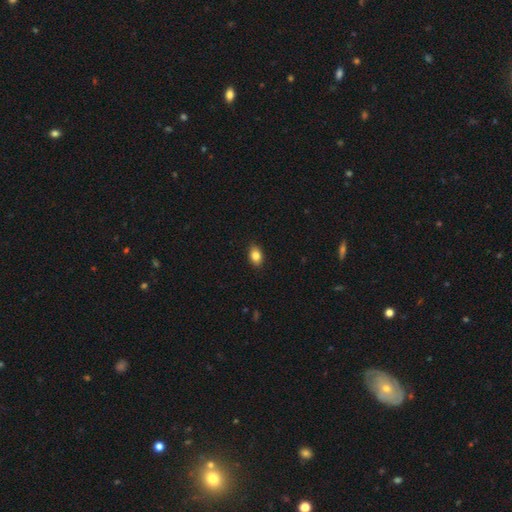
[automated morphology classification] Smooth or featured: smooth — 84% (star or artifact — 9%)
How rounded: in between — 81% (round — 18%)
Merging: none — 89% (minor disturbance — 8%)